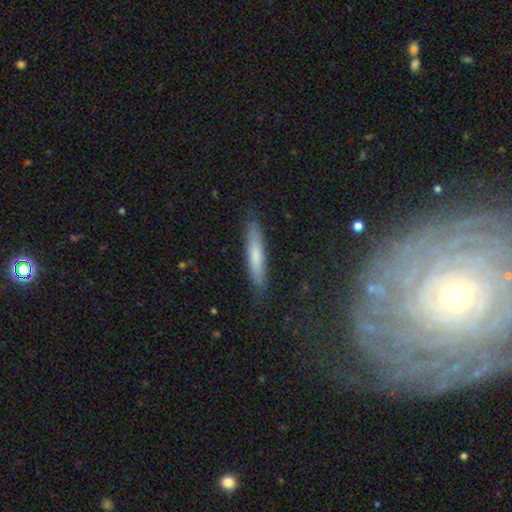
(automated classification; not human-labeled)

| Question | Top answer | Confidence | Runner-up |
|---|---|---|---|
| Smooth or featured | smooth | 68% | featured or disk (26%) |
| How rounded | cigar-shaped | 90% | in between (8%) |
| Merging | none | 86% | minor disturbance (11%) |